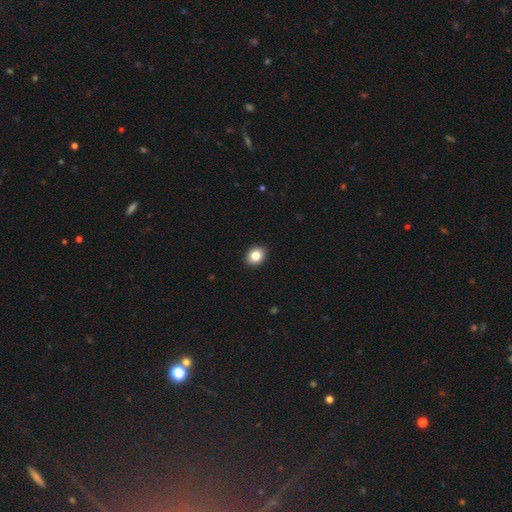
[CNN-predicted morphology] A smooth galaxy with no disk features (84%) that is round (54%). Merging: none (92%).